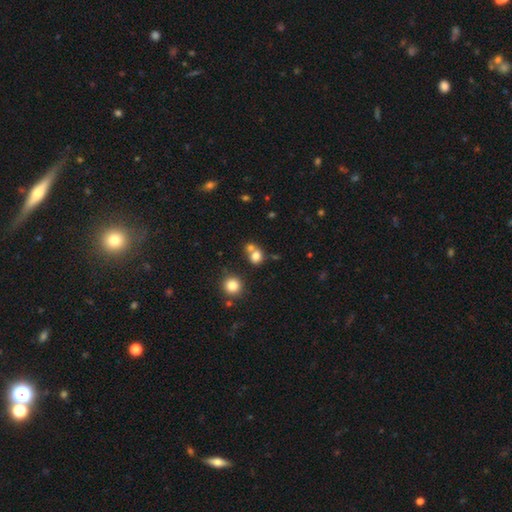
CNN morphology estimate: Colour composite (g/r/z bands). It shows a smooth galaxy with no disk features (76%) that is round (71%). Merging: none (45%).